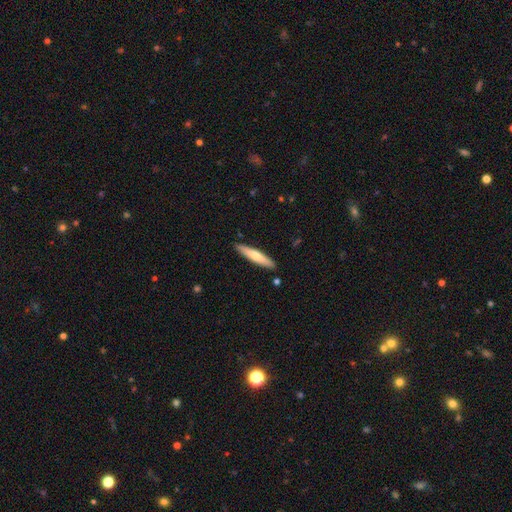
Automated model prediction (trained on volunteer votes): smooth-or-featured: smooth: 62% | featured or disk: 33% | star or artifact: 5%
  how-rounded: cigar-shaped: 88% | in between: 11% | round: 1%
  merging: none: 89% | minor disturbance: 8% | merger: 2% | major disturbance: 1%